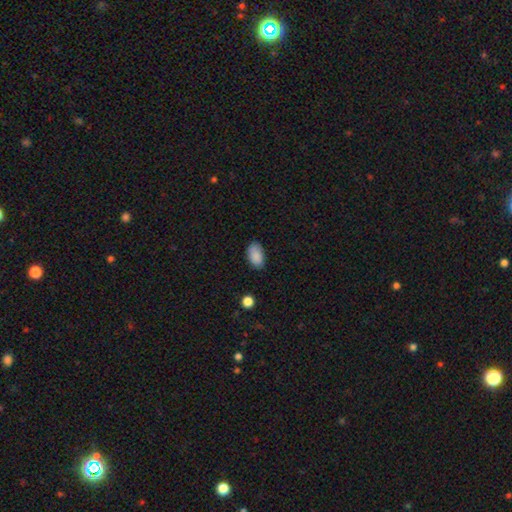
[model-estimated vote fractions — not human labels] Q: Smooth or featured?
A: smooth (88%); runner-up: star or artifact (7%)
Q: How rounded?
A: in between (94%); runner-up: round (5%)
Q: Merging?
A: none (80%); runner-up: minor disturbance (16%)